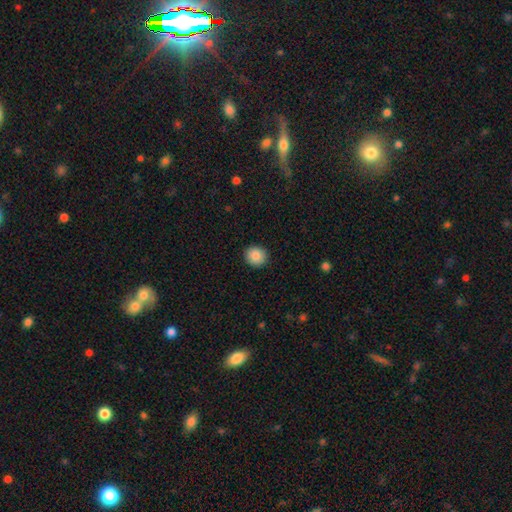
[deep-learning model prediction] Morphology: type=smooth (87%); roundness=round (89%); merging=none (91%).